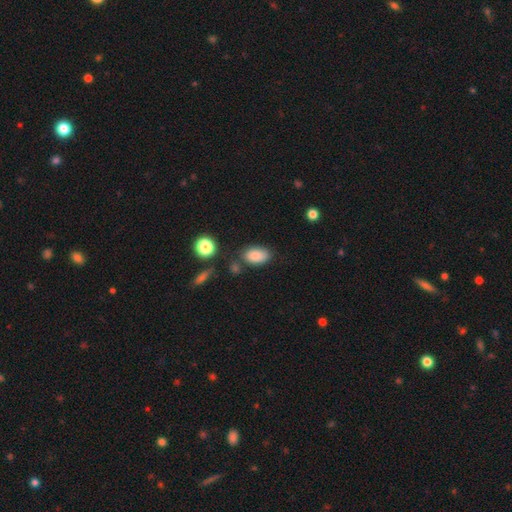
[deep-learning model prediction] Morphology: type=smooth (85%); roundness=in between (90%); merging=none (72%).